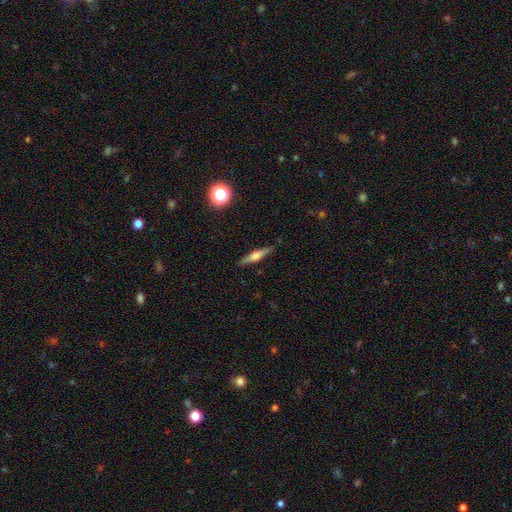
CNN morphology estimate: smooth_or_featured: featured or disk (p=0.56) [alt: smooth p=0.36]
disk_edge_on: yes (p=0.96) [alt: no p=0.04]
edge_on_bulge: rounded (p=0.75) [alt: boxy p=0.18]
merging: none (p=0.88) [alt: minor disturbance p=0.09]